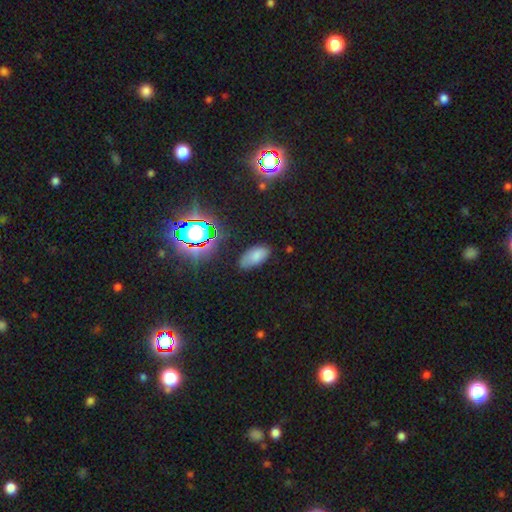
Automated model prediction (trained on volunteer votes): A smooth galaxy with no disk features (73%) that is in between round and cigar-shaped (94%).

Vote fractions:
- Smooth or featured? smooth: 73% / star or artifact: 16% / featured or disk: 11%
- How rounded? in between: 94% / round: 3% / cigar-shaped: 3%
- Merging? none: 72% / minor disturbance: 20% / major disturbance: 5% / merger: 2%